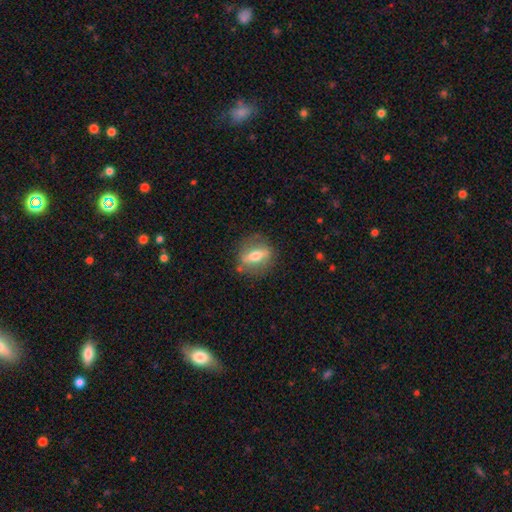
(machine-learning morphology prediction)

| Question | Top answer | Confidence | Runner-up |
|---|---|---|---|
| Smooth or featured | featured or disk | 53% | smooth (39%) |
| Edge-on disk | no | 52% | yes (48%) |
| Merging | none | 80% | minor disturbance (13%) |